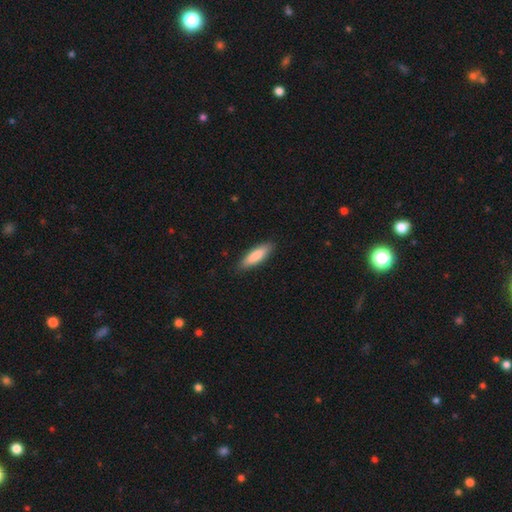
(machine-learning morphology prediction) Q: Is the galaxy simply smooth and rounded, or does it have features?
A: smooth — 85%.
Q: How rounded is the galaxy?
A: cigar-shaped — 57%.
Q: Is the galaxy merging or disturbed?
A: none — 87%.